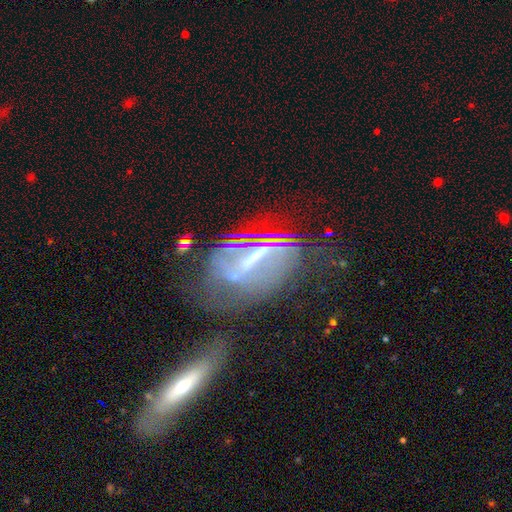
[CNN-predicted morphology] This appears to be a featured or disk galaxy (70%) with a strong bar (59%), no spiral arms (59%) and a moderate central bulge (42%). Merging: none (35%, tied with major disturbance).